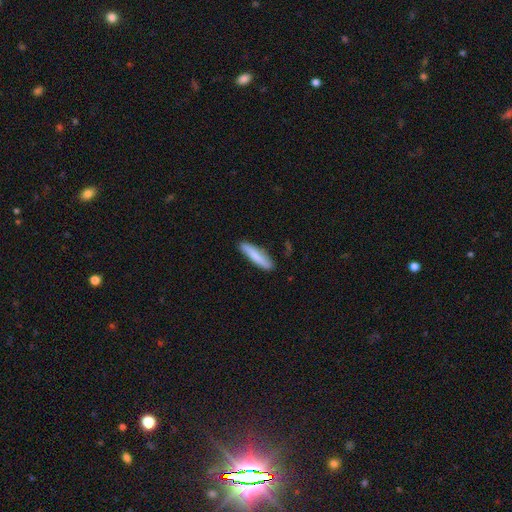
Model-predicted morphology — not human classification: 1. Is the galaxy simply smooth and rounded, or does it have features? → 77% smooth, 18% featured or disk, 5% star or artifact.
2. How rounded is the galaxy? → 86% cigar-shaped, 13% in between, 1% round.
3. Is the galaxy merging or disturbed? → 85% none, 11% minor disturbance, 2% major disturbance, 1% merger.